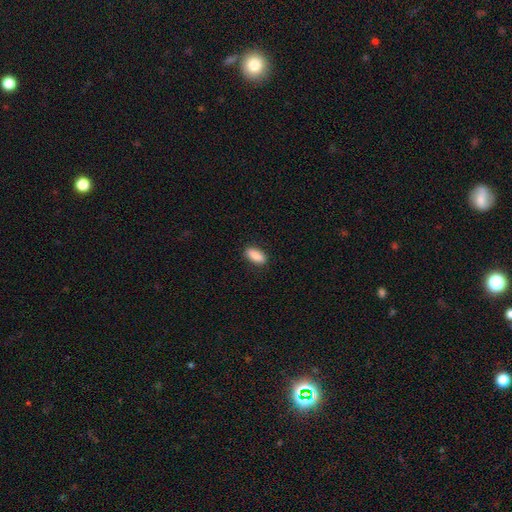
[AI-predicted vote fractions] Q: Smooth or featured?
A: smooth (89%); runner-up: star or artifact (7%)
Q: How rounded?
A: in between (84%); runner-up: cigar-shaped (14%)
Q: Merging?
A: none (88%); runner-up: minor disturbance (9%)